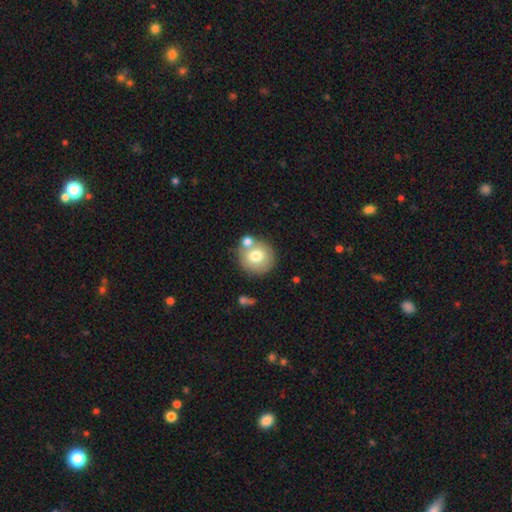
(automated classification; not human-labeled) smooth 72%, featured or disk 19%, star or artifact 9%. Down the decision tree: how rounded — round (88%); merging — none (64%).